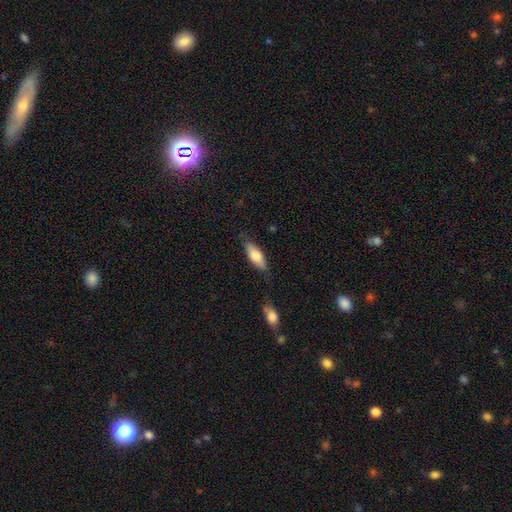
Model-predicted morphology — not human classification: type=smooth (70%); roundness=in between (65%); merging=none (75%).